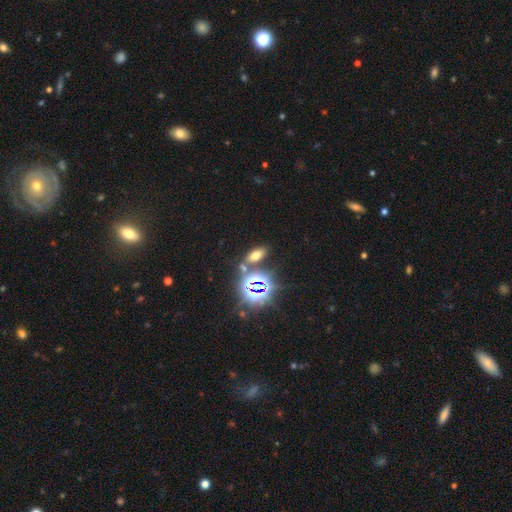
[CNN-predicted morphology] type=smooth (47%); merging=none (75%).